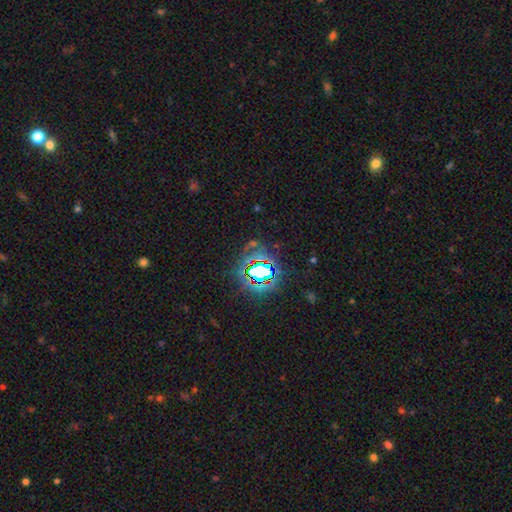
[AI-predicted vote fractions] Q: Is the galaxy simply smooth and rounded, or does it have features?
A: star or artifact — 80%.